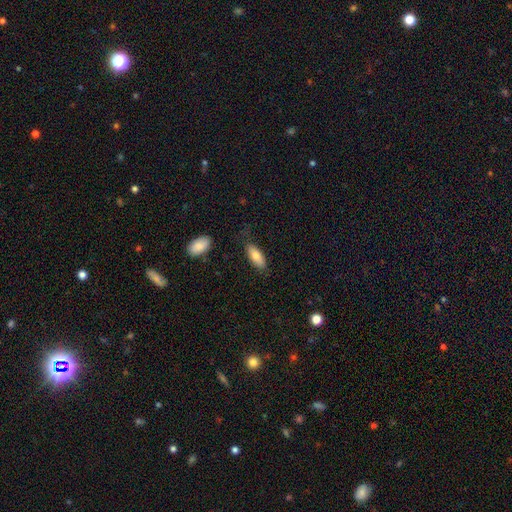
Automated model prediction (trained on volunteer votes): This appears to be a smooth galaxy with no disk features (78%) that is in between round and cigar-shaped (79%). Merging: none (76%).